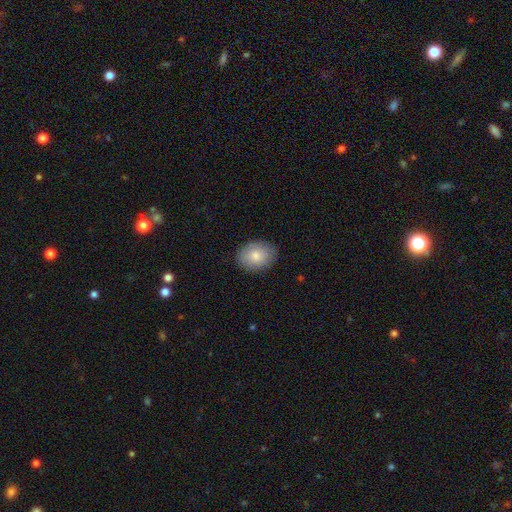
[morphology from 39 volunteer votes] Overall: smooth (77%). How rounded: in between (67%; round 33%). Merging: none (95%).